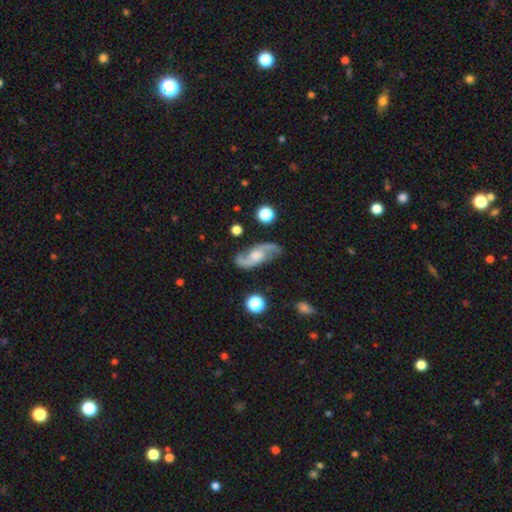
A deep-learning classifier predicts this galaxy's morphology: Smooth or featured: featured or disk — 86% (smooth — 8%)
Edge-on disk: no — 95% (yes — 5%)
Bar: no — 54% (weak — 37%)
Spiral arms: yes — 97% (no — 3%)
Spiral winding: loose — 54% (medium — 38%)
Spiral arm count: 2 — 93% (can't tell — 2%)
Bulge size: moderate — 37% (small — 23%)
Merging: none — 77% (minor disturbance — 14%)